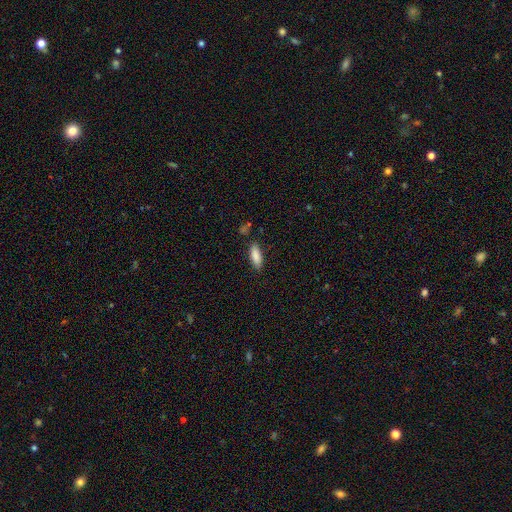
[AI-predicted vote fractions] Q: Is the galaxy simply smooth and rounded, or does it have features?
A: smooth — 87%.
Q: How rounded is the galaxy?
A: in between — 62%.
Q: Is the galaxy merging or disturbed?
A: none — 82%.